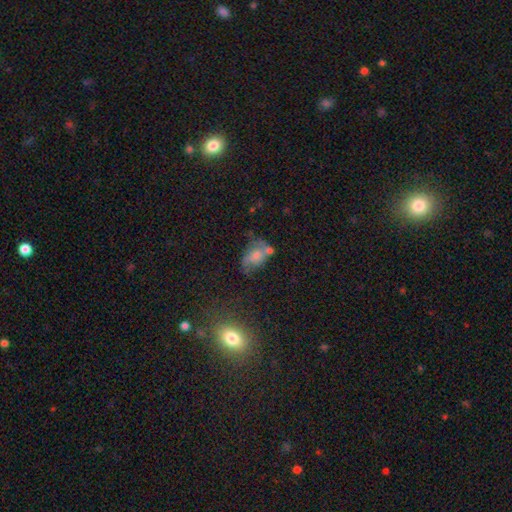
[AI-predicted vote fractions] Morphology: type=smooth (47%); merging=none (33%).